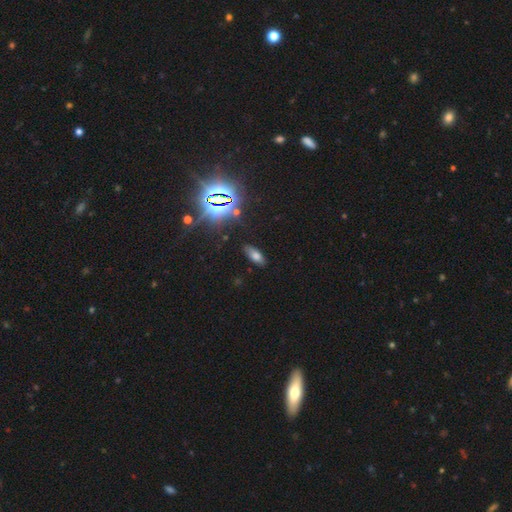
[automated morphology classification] Smooth or featured? Predicted: smooth (p=0.65). How rounded? Predicted: in between (p=0.81). Merging? Predicted: none (p=0.82).